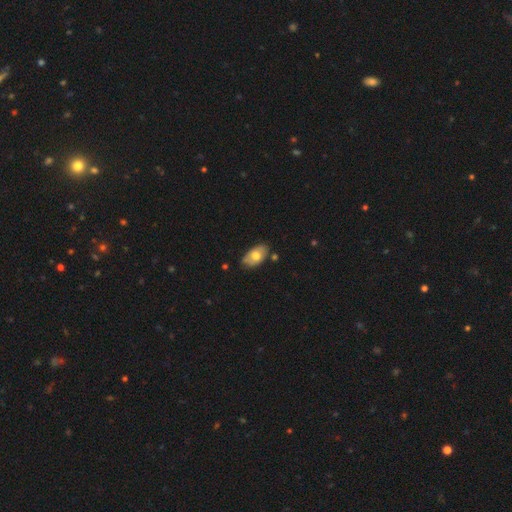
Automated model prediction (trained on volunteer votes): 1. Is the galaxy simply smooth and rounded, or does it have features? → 68% smooth, 25% featured or disk, 6% star or artifact.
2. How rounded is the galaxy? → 93% in between, 5% round, 2% cigar-shaped.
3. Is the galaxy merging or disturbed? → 72% none, 20% minor disturbance, 4% merger, 3% major disturbance.